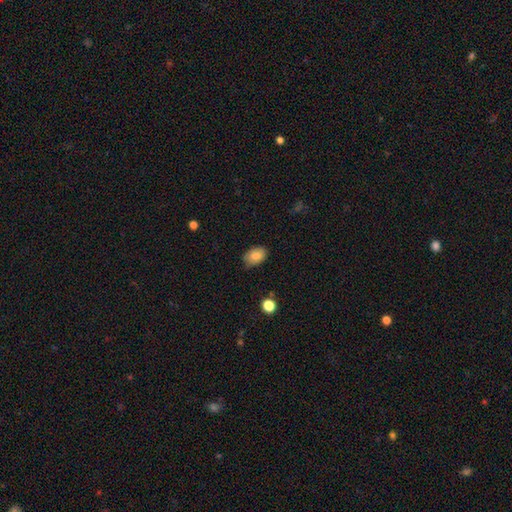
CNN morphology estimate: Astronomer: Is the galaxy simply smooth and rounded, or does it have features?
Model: smooth — 83%.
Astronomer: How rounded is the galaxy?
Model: in between — 82%.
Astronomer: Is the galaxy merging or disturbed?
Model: none — 73%.